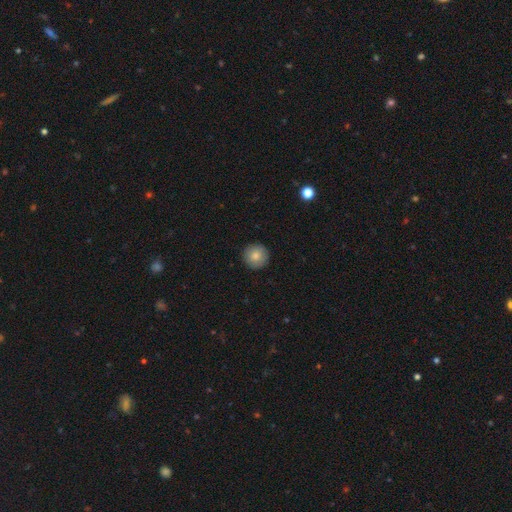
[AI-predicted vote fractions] smooth 84%, featured or disk 8%, star or artifact 8%. Down the decision tree: how rounded — round (96%); merging — none (92%).